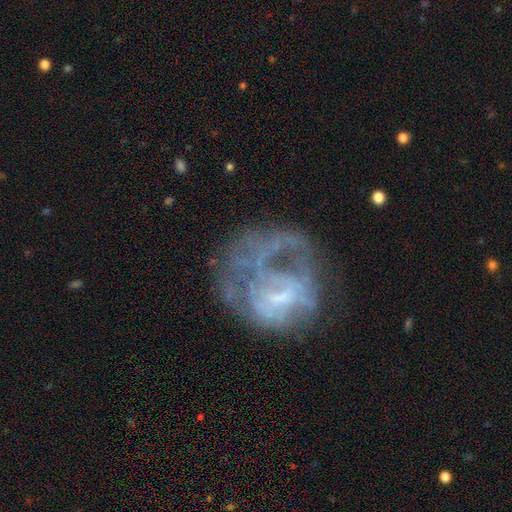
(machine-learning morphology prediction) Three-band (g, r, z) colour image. It shows a featured or disk galaxy (64%) with no bar (62%), no spiral arms (66%) and no central bulge (41%). Merging: major disturbance (41%).